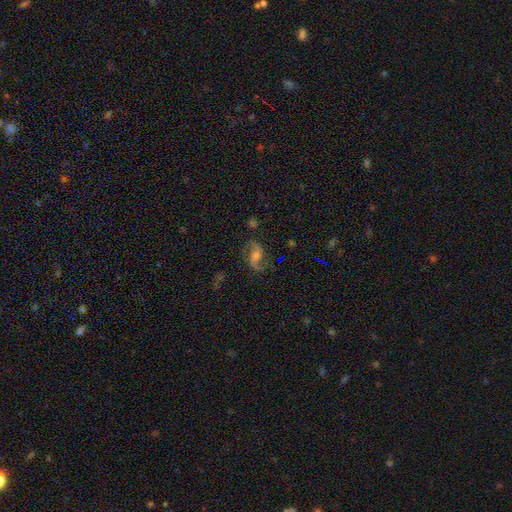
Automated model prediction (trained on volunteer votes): Smooth or featured? Predicted: featured or disk (p=0.79). Edge-on disk? Predicted: no (p=0.96). Bar? Predicted: weak (p=0.45). Spiral arms? Predicted: yes (p=0.95). Spiral winding? Predicted: loose (p=0.52). Spiral arm count? Predicted: 2 (p=0.92). Bulge size? Predicted: moderate (p=0.46). Merging? Predicted: none (p=0.76).